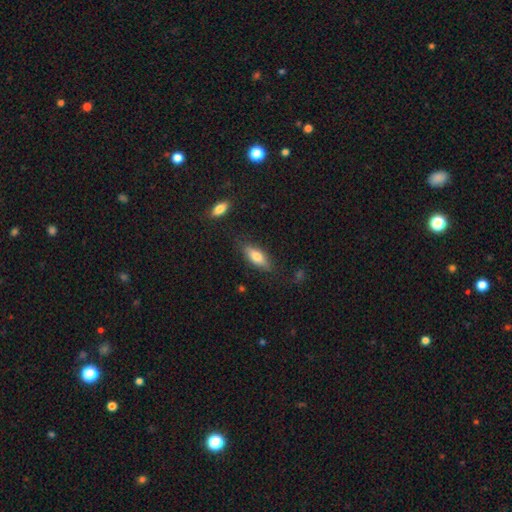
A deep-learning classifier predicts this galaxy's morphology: This is likely a smooth galaxy (72%). How rounded: likely in between (66%). Merging: likely none (78%).